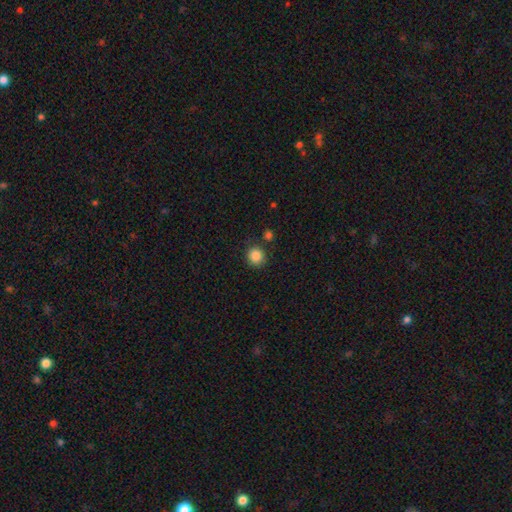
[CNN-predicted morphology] type=smooth (86%); roundness=round (89%); merging=none (85%).